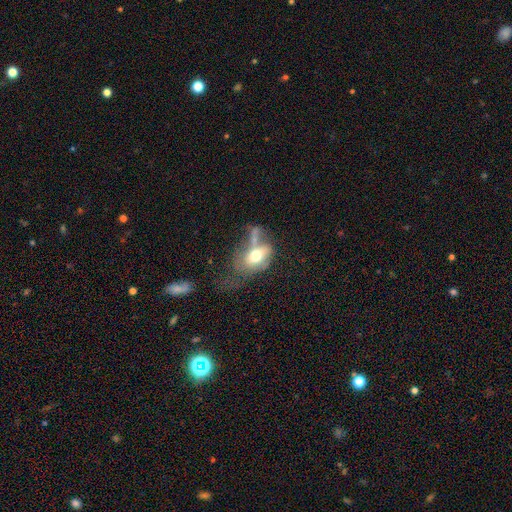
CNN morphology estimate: This appears to be a smooth galaxy with no disk features (59%) that is in between round and cigar-shaped (79%). Merging: major disturbance (37%).